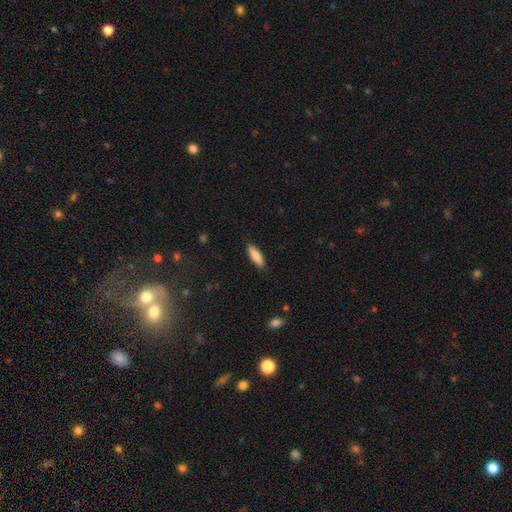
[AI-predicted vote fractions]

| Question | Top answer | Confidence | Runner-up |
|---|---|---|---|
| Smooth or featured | smooth | 86% | featured or disk (8%) |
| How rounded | cigar-shaped | 53% | in between (45%) |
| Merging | none | 87% | minor disturbance (10%) |